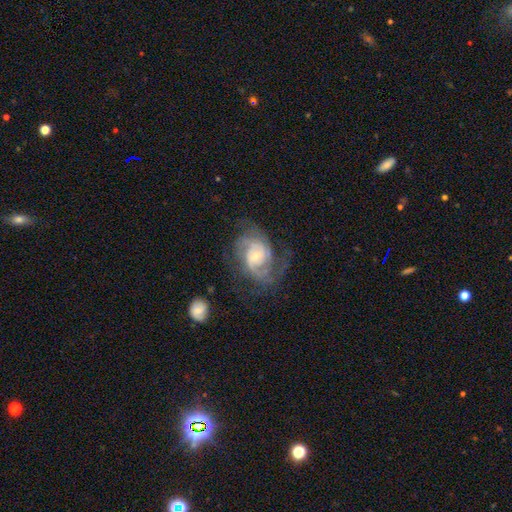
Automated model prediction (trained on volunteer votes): Smooth or featured: featured or disk — 84% (smooth — 11%)
Edge-on disk: no — 97% (yes — 3%)
Bar: no — 58% (weak — 35%)
Spiral arms: yes — 94% (no — 6%)
Spiral winding: medium — 45% (tight — 40%)
Spiral arm count: 2 — 46% (can't tell — 24%)
Bulge size: small — 64% (moderate — 29%)
Merging: none — 58% (major disturbance — 20%)